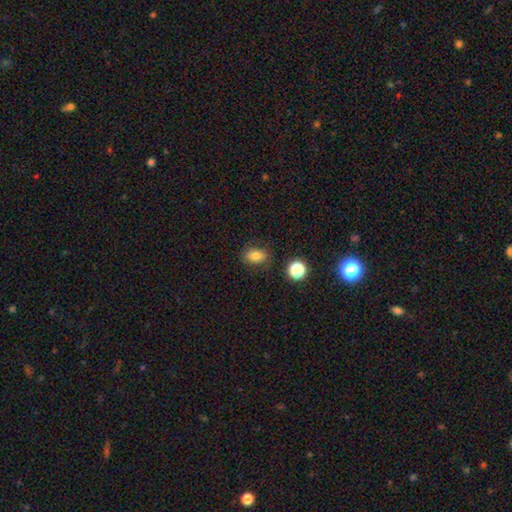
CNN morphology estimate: The model was most divided on "how rounded": in between: 73%, round: 25%, cigar-shaped: 2%. More confident: merging — none (81%); smooth or featured — smooth (80%).